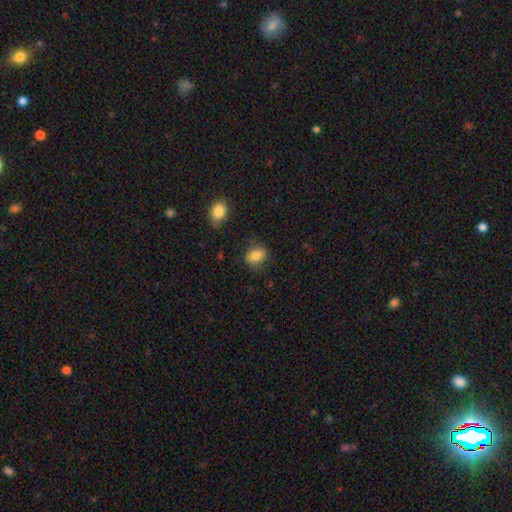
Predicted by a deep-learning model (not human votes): A smooth galaxy with no disk features (79%) that is in between round and cigar-shaped (62%). Merging: none (78%).